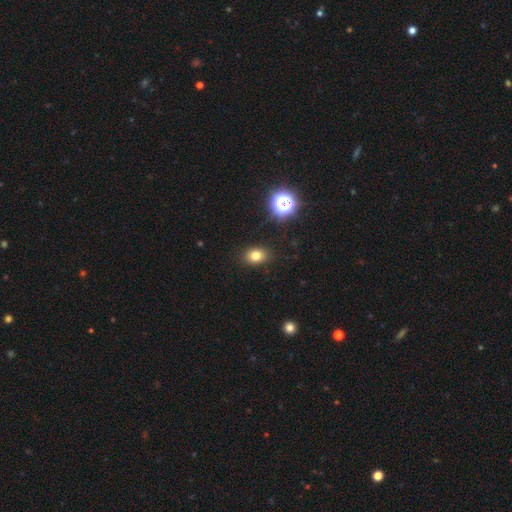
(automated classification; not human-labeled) Smooth or featured?
  - smooth: 77% *
  - star or artifact: 15%
  - featured or disk: 8%
How rounded?
  - in between: 69% *
  - round: 30%
  - cigar-shaped: 1%
Merging?
  - none: 87% *
  - minor disturbance: 9%
  - major disturbance: 3%
  - merger: 1%